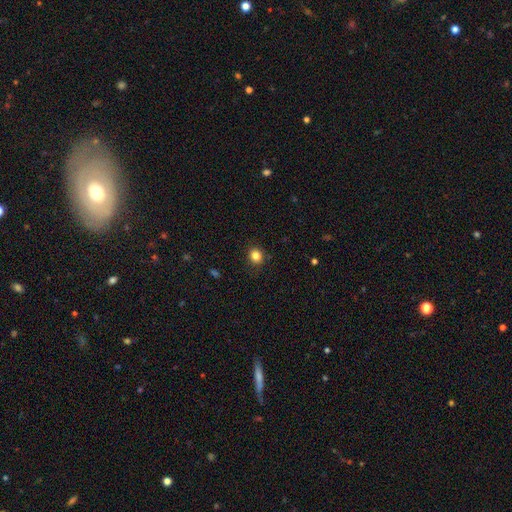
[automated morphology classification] This is clearly a smooth galaxy (83%). How rounded: likely round (78%). Merging: clearly none (89%).